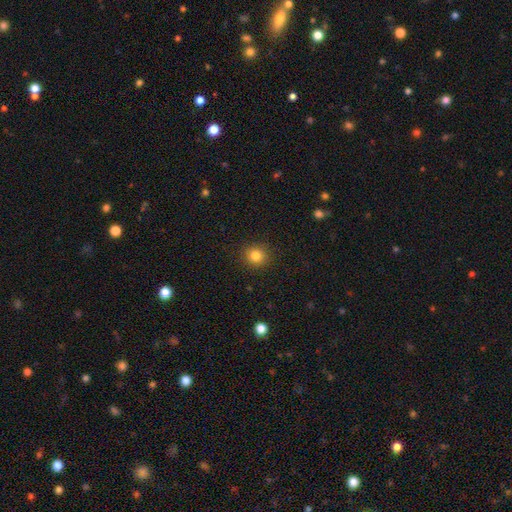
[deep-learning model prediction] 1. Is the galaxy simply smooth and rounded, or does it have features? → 83% smooth, 12% star or artifact, 5% featured or disk.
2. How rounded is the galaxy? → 90% round, 9% in between, 1% cigar-shaped.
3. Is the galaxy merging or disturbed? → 91% none, 6% minor disturbance, 2% major disturbance, 1% merger.